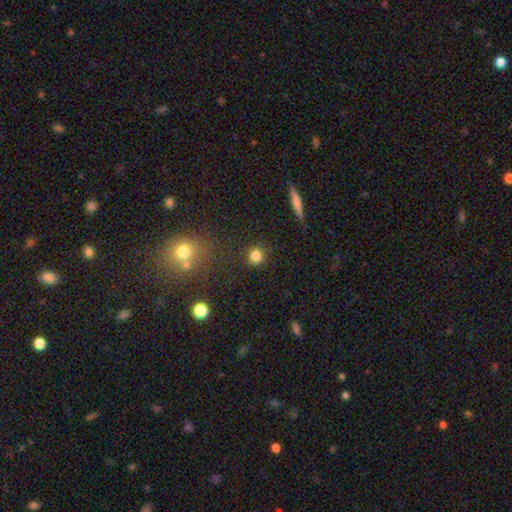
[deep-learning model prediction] A smooth galaxy with no disk features (82%) that is round (91%). Merging: none (86%).